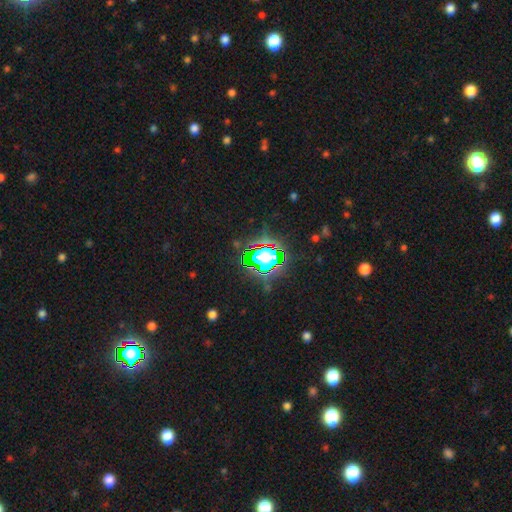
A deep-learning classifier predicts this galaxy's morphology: smooth_or_featured: star or artifact (p=0.81) [alt: smooth p=0.11]